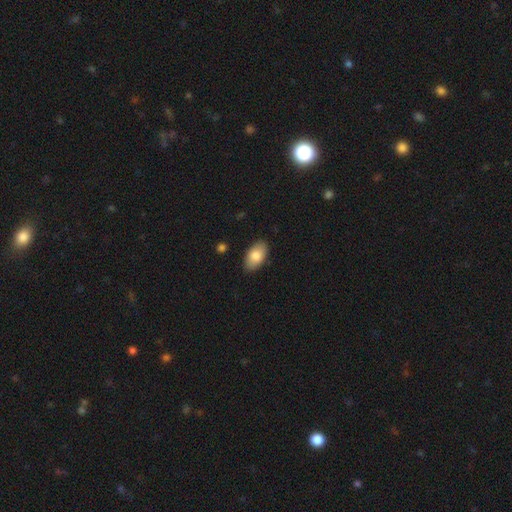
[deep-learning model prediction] Smooth or featured? smooth (82%)
How rounded? in between (94%)
Merging? none (87%)